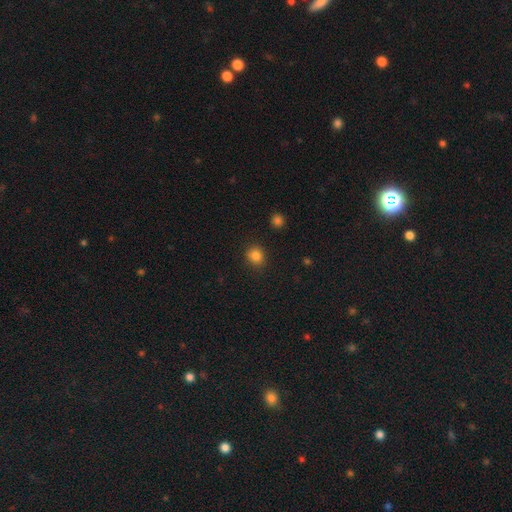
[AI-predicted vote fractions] Overall: smooth (84%). How rounded: round (79%). Merging: none (89%).